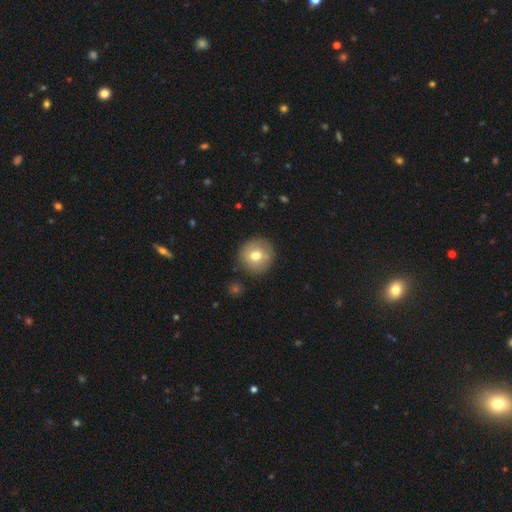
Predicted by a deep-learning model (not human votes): A smooth galaxy with no disk features (71%) that is round (94%).

Vote fractions:
- Smooth or featured? smooth: 71% / featured or disk: 21% / star or artifact: 9%
- How rounded? round: 94% / in between: 5% / cigar-shaped: 1%
- Merging? none: 87% / minor disturbance: 9% / major disturbance: 3% / merger: 2%